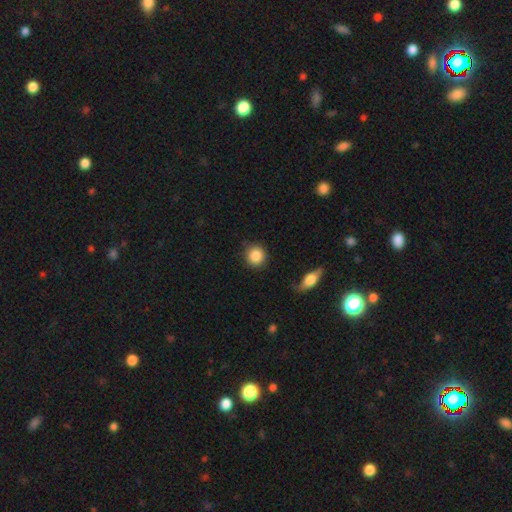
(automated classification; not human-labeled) Morphology: type=smooth (87%); roundness=round (90%); merging=none (84%).